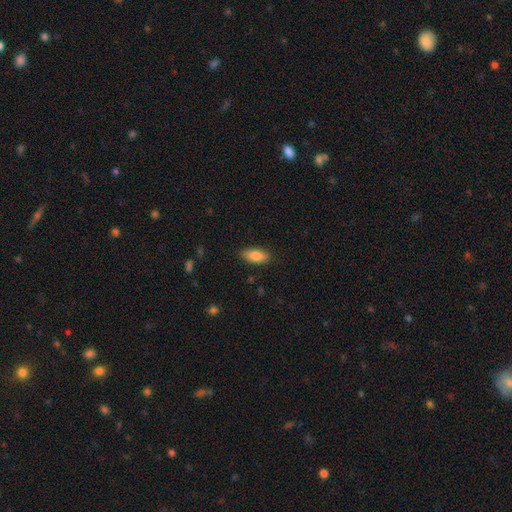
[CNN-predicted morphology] A smooth galaxy with no disk features (84%) that is in between round and cigar-shaped (85%). Merging: none (87%).